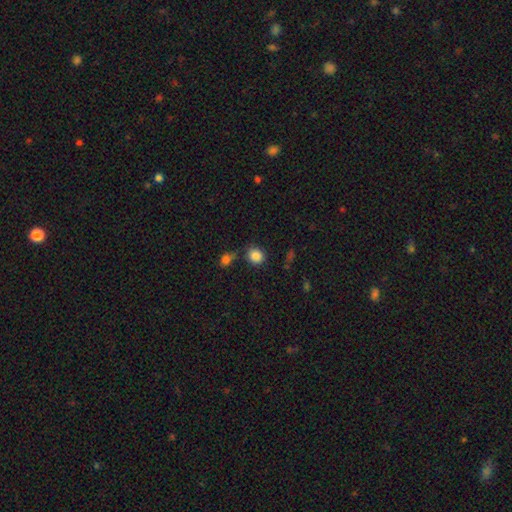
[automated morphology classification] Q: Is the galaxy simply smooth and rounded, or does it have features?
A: smooth — 86%.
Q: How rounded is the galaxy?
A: round — 80%.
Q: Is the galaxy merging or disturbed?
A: none — 74%.